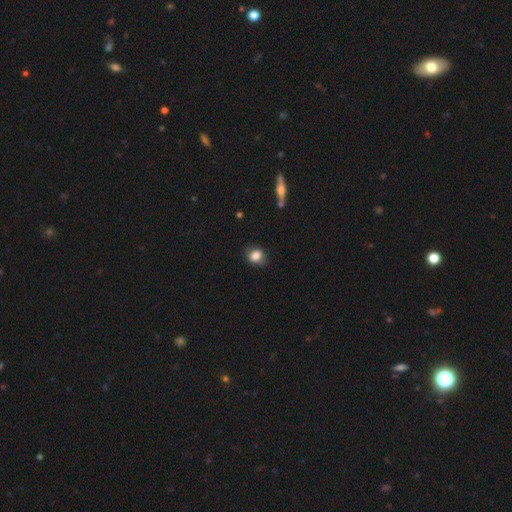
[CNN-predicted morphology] This appears to be a smooth galaxy with no disk features (81%) that is round (59%). Merging: none (77%).